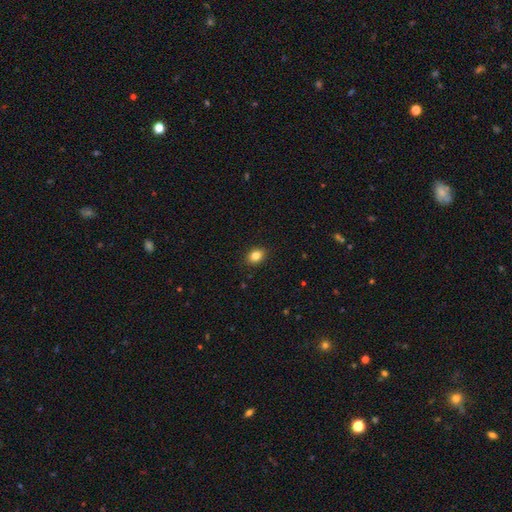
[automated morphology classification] The model was most divided on "how rounded": in between: 64%, round: 35%, cigar-shaped: 1%. More confident: merging — none (89%); smooth or featured — smooth (84%).